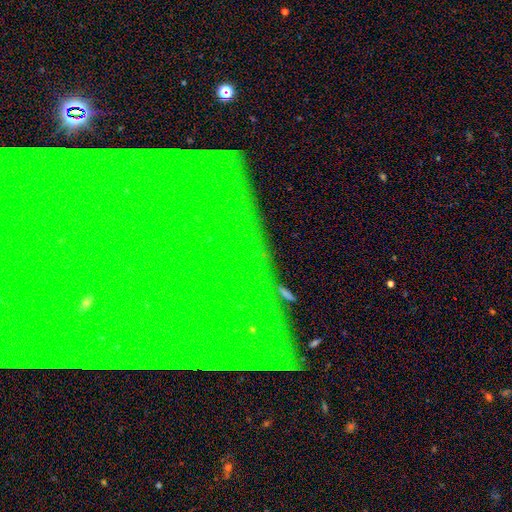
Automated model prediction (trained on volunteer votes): This is clearly a star or artifact rather than a galaxy (81%).